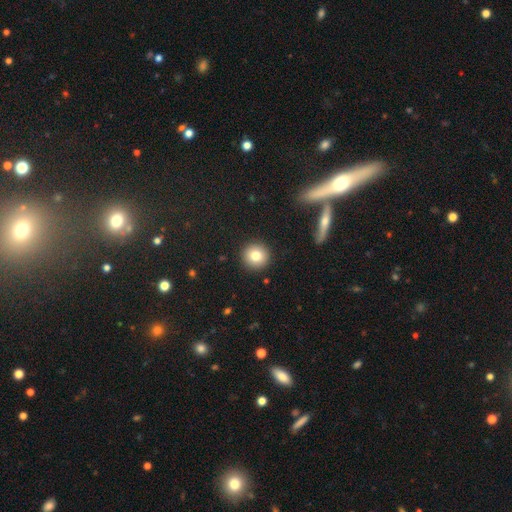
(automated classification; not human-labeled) Smooth or featured? smooth (81%)
How rounded? round (94%)
Merging? none (92%)